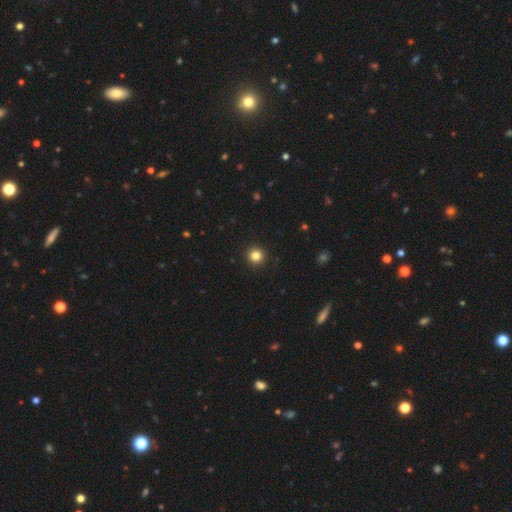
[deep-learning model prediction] smooth_or_featured: smooth (p=0.83) [alt: star or artifact p=0.12]
how_rounded: round (p=0.95) [alt: in between p=0.04]
merging: none (p=0.94) [alt: minor disturbance p=0.04]